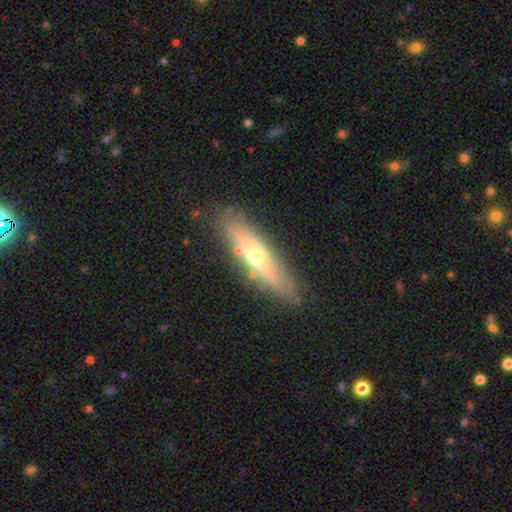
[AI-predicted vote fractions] Q: Smooth or featured?
A: featured or disk (69%); runner-up: smooth (25%)
Q: Edge-on disk?
A: yes (85%); runner-up: no (15%)
Q: Edge-on bulge?
A: rounded (88%); runner-up: none (9%)
Q: Merging?
A: none (83%); runner-up: minor disturbance (12%)